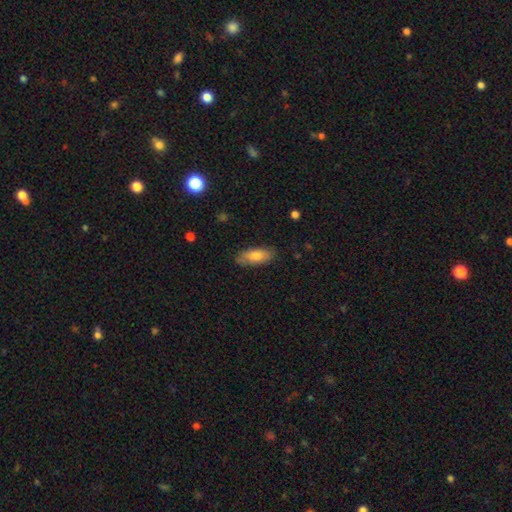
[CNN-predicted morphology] Overall: smooth (75%). How rounded: in between (79%). Merging: none (82%).